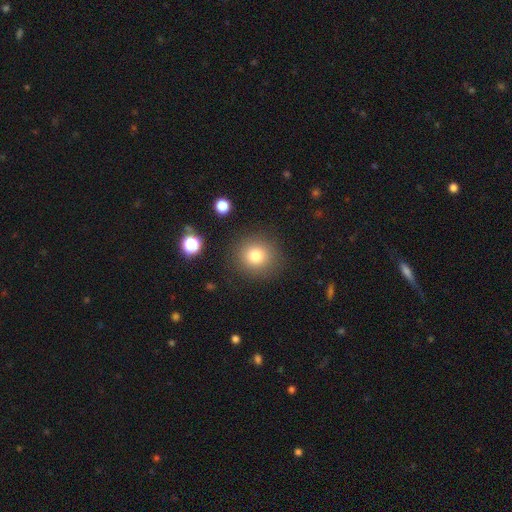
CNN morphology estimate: Smooth or featured: smooth — 78% (star or artifact — 13%)
How rounded: round — 91% (in between — 8%)
Merging: none — 87% (minor disturbance — 7%)